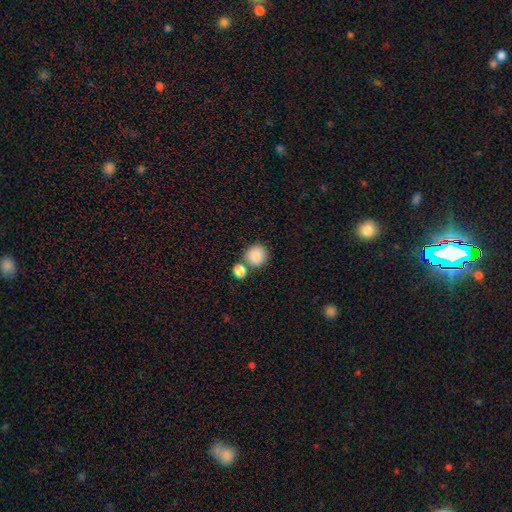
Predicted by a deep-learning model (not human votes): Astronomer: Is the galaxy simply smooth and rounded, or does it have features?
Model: smooth — 87%.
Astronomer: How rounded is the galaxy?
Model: round — 88%.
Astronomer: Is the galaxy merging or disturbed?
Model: none — 65%.